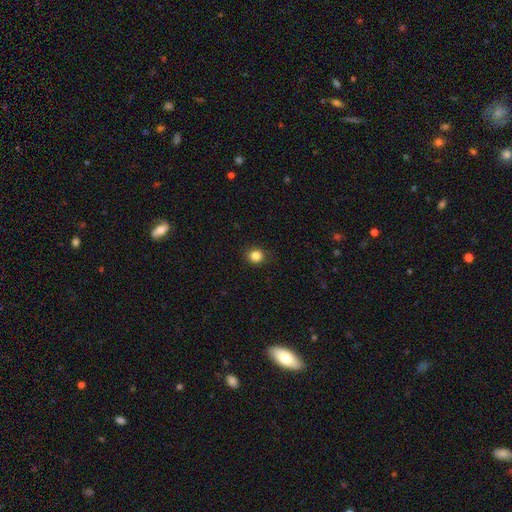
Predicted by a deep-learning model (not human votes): Q: Smooth or featured?
A: smooth (84%); runner-up: star or artifact (12%)
Q: How rounded?
A: round (86%); runner-up: in between (14%)
Q: Merging?
A: none (90%); runner-up: minor disturbance (7%)